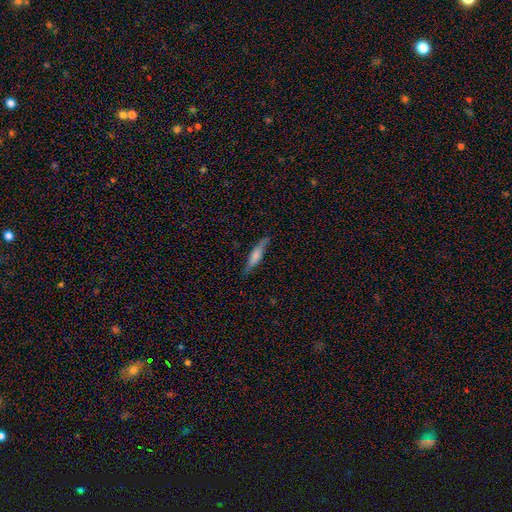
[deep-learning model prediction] A smooth galaxy with no disk features (61%) that is cigar-shaped (79%). Merging: none (78%).